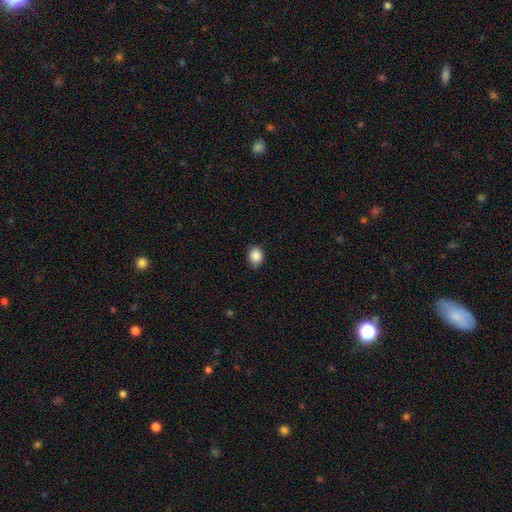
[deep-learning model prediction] Smooth or featured? Predicted: smooth (p=0.87). How rounded? Predicted: round (p=0.66). Merging? Predicted: none (p=0.79).